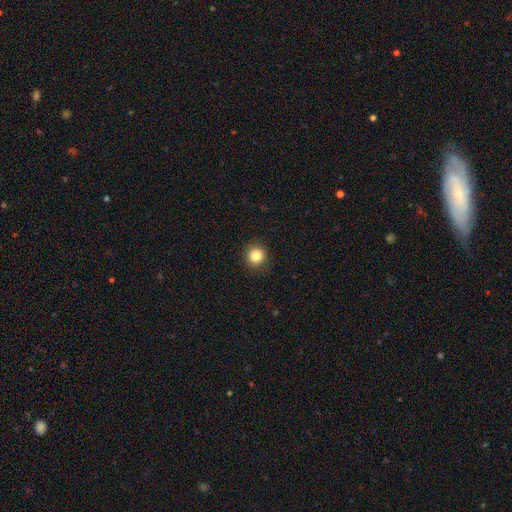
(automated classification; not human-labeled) Smooth or featured? smooth (84%)
How rounded? round (91%)
Merging? none (91%)